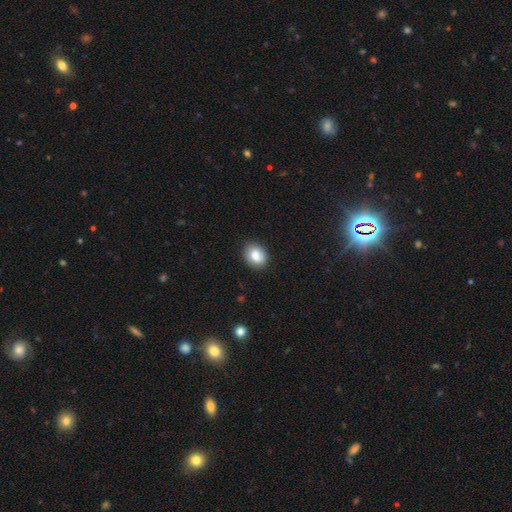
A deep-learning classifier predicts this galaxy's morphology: smooth 80%, featured or disk 11%, star or artifact 8%. Down the decision tree: how rounded — round (50%); merging — none (83%).